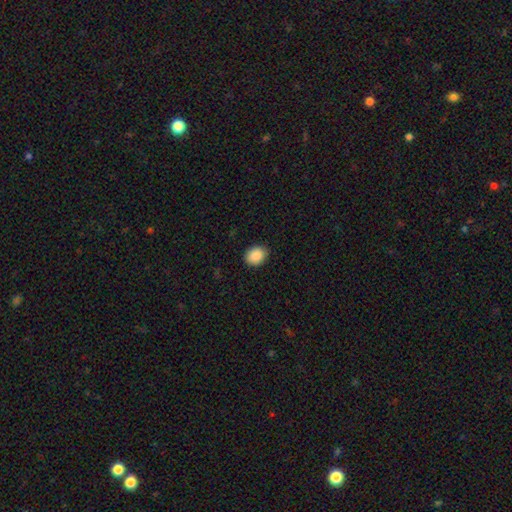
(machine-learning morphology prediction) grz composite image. It shows a smooth galaxy with no disk features (89%) that is in between round and cigar-shaped (60%). Merging: none (87%).